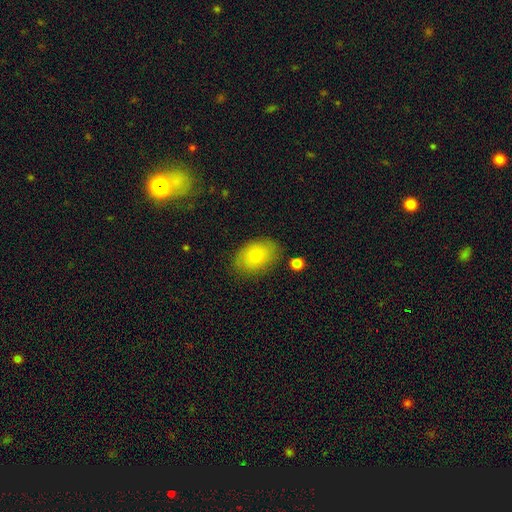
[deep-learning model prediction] A smooth galaxy with no disk features (80%) that is in between round and cigar-shaped (83%). Merging: none (76%).